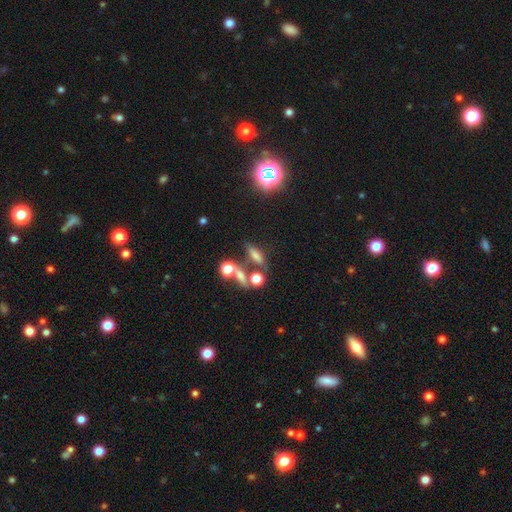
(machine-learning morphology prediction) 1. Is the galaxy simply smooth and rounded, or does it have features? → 59% smooth, 22% featured or disk, 20% star or artifact.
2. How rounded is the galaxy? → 42% in between (tied), 42% cigar-shaped (tied), 16% round.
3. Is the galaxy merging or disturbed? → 51% none, 25% merger, 14% minor disturbance, 10% major disturbance.